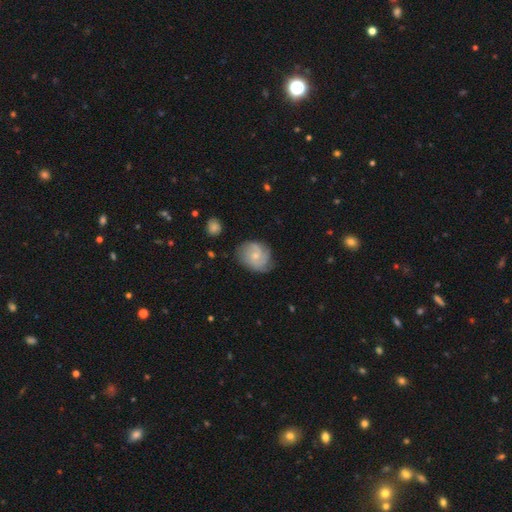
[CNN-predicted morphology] Smooth or featured: featured or disk — 61% (smooth — 32%)
Edge-on disk: no — 98% (yes — 2%)
Bar: no — 72% (weak — 25%)
Spiral arms: yes — 89% (no — 11%)
Spiral winding: tight — 42% (medium — 40%)
Spiral arm count: can't tell — 29% (2 — 28%)
Bulge size: small — 64% (moderate — 31%)
Merging: none — 67% (minor disturbance — 24%)